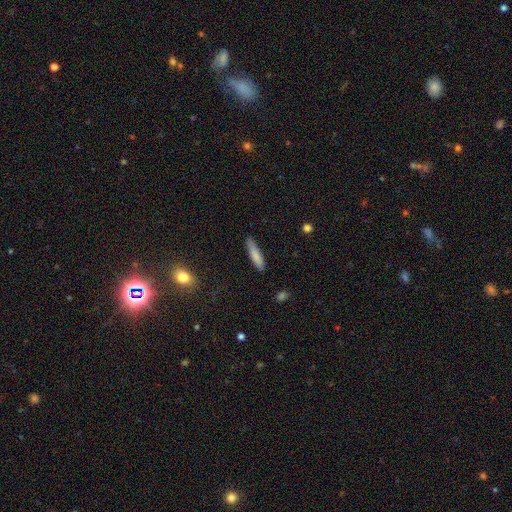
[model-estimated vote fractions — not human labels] Smooth or featured?
  - smooth: 81% *
  - featured or disk: 13%
  - star or artifact: 6%
How rounded?
  - cigar-shaped: 83% *
  - in between: 16%
  - round: 1%
Merging?
  - none: 84% *
  - minor disturbance: 12%
  - major disturbance: 2%
  - merger: 1%